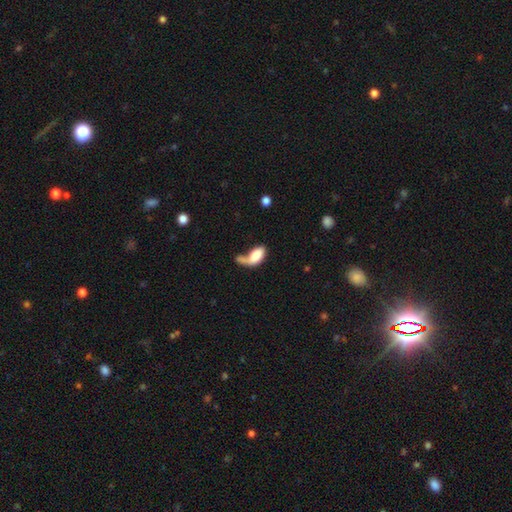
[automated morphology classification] Smooth or featured? smooth (72%)
How rounded? in between (89%)
Merging? merger (34%)